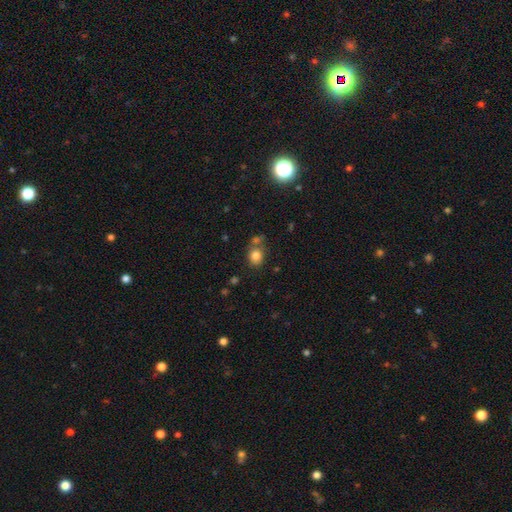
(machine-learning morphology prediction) smooth 81%, star or artifact 11%, featured or disk 8%. Down the decision tree: how rounded — round (62%); merging — none (60%).